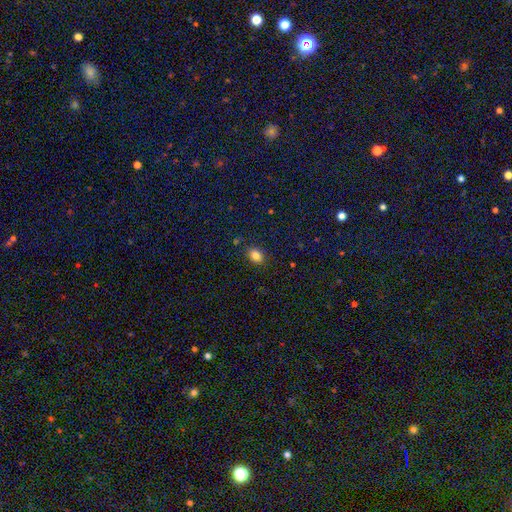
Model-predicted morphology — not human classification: The model was most divided on "how rounded": in between: 72%, round: 26%, cigar-shaped: 1%. More confident: merging — none (86%); smooth or featured — smooth (84%).